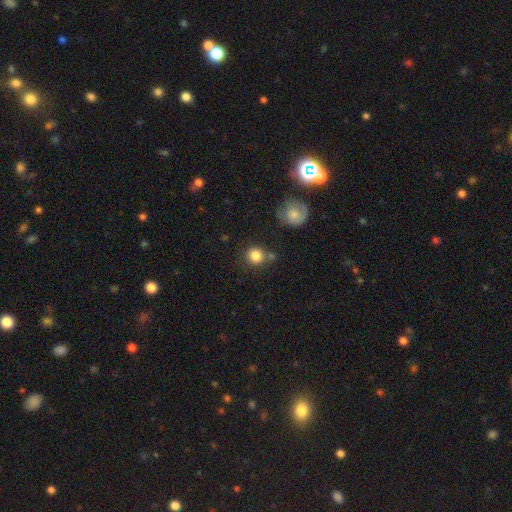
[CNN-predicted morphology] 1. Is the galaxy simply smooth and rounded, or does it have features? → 85% smooth, 10% star or artifact, 5% featured or disk.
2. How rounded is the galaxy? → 91% round, 8% in between, 1% cigar-shaped.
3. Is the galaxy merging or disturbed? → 73% none, 11% merger, 11% minor disturbance, 4% major disturbance.